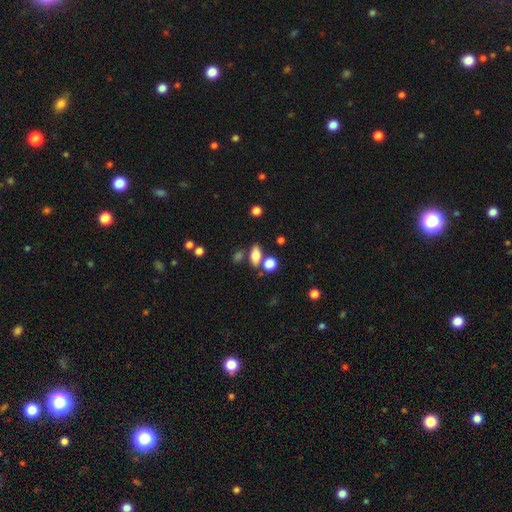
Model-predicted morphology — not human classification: smooth-or-featured: smooth: 76% | featured or disk: 13% | star or artifact: 11%
  how-rounded: in between: 79% | round: 11% | cigar-shaped: 10%
  merging: none: 69% | merger: 15% | minor disturbance: 12% | major disturbance: 4%